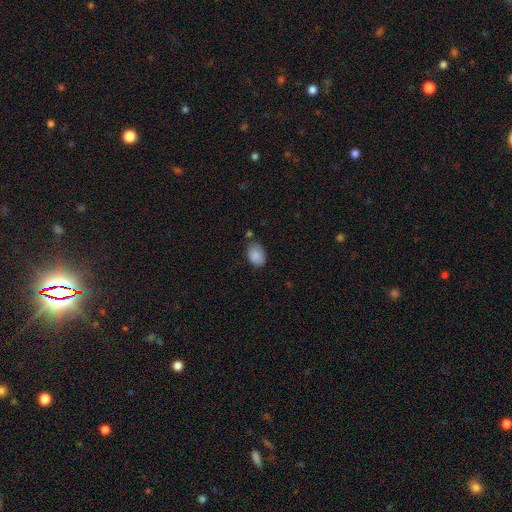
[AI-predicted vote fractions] A smooth galaxy with no disk features (87%) that is in between round and cigar-shaped (80%). Merging: none (68%).